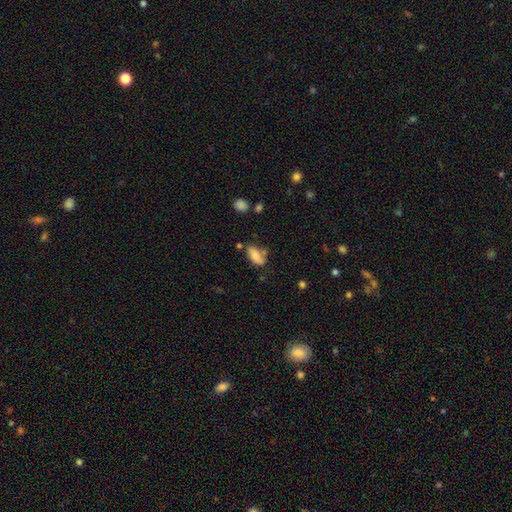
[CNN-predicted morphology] smooth 74%, featured or disk 17%, star or artifact 9%. Down the decision tree: how rounded — in between (89%); merging — none (53%).